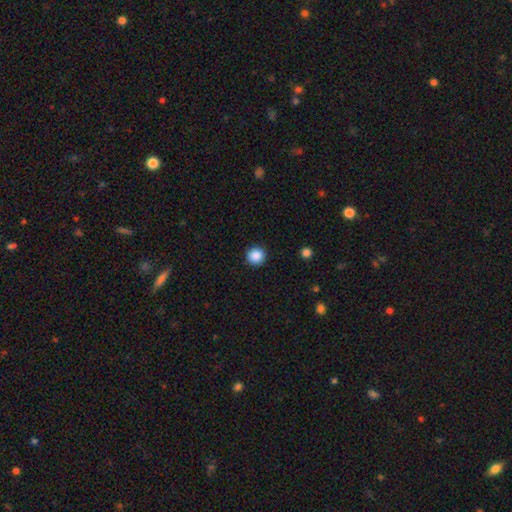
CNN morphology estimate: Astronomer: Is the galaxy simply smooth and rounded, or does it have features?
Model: smooth — 88%.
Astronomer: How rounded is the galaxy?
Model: round — 95%.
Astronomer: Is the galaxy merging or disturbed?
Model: none — 93%.